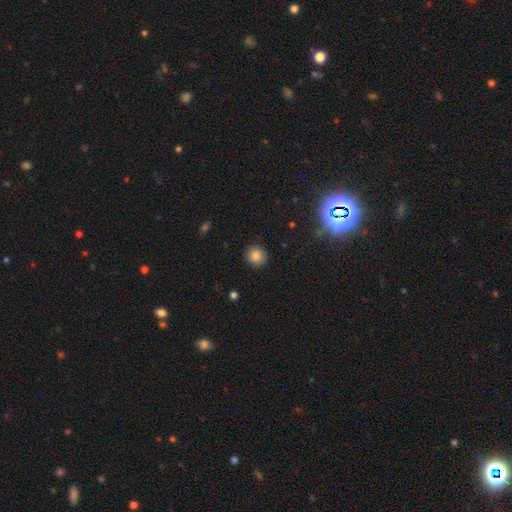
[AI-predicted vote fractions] This is clearly a smooth galaxy (83%). How rounded: clearly round (89%). Merging: clearly none (90%).